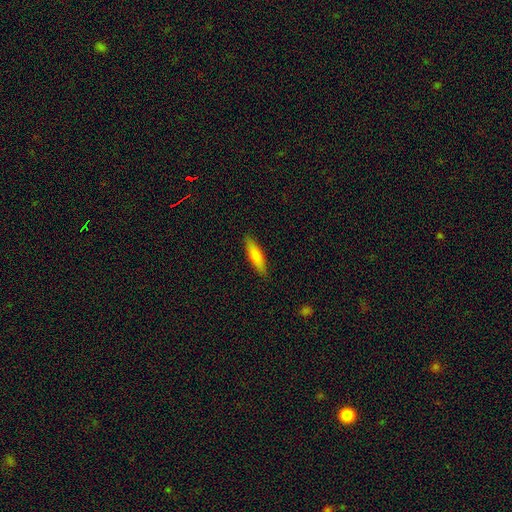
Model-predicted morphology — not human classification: Q: Smooth or featured?
A: smooth (80%); runner-up: featured or disk (14%)
Q: How rounded?
A: cigar-shaped (66%); runner-up: in between (32%)
Q: Merging?
A: none (88%); runner-up: minor disturbance (9%)